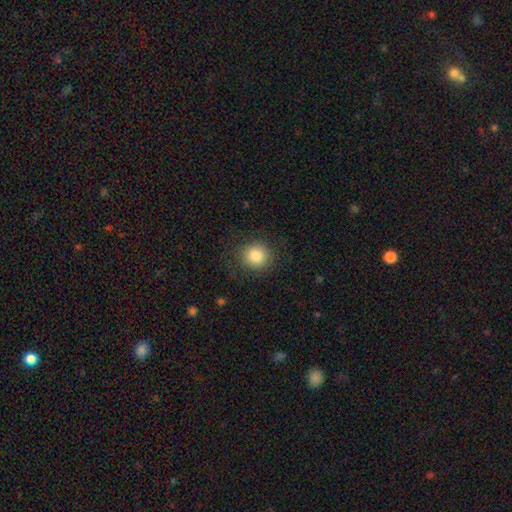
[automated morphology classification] The model was most divided on "merging": none: 83%, minor disturbance: 11%, major disturbance: 5%, merger: 1%. More confident: how rounded — round (88%); smooth or featured — smooth (83%).